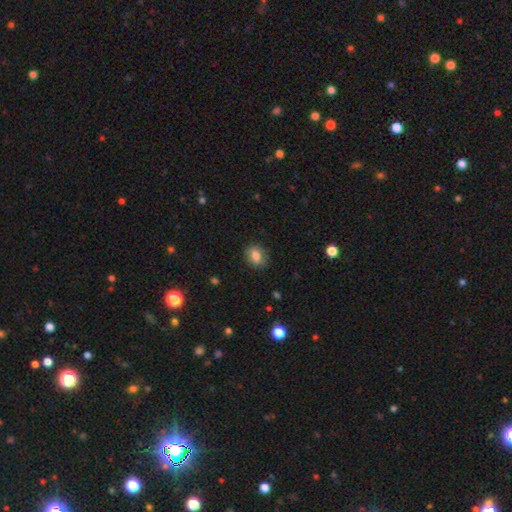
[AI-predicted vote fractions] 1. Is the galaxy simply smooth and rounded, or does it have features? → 82% smooth, 9% star or artifact, 8% featured or disk.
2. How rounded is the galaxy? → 63% in between, 35% round, 2% cigar-shaped.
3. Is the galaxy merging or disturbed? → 83% none, 12% minor disturbance, 3% major disturbance, 1% merger.